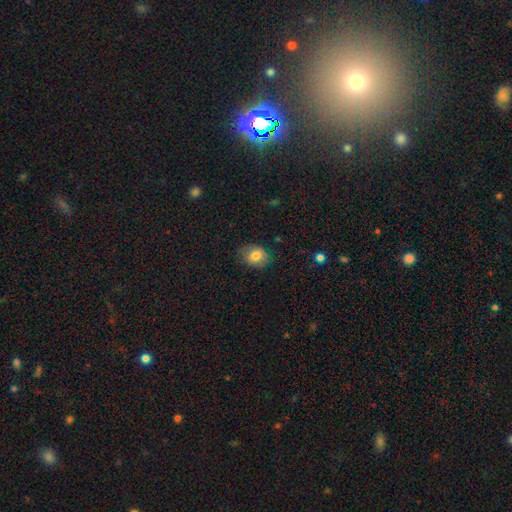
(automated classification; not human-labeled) The model was most divided on "how rounded": in between: 57%, round: 42%, cigar-shaped: 1%. More confident: smooth or featured — smooth (75%); merging — none (71%).